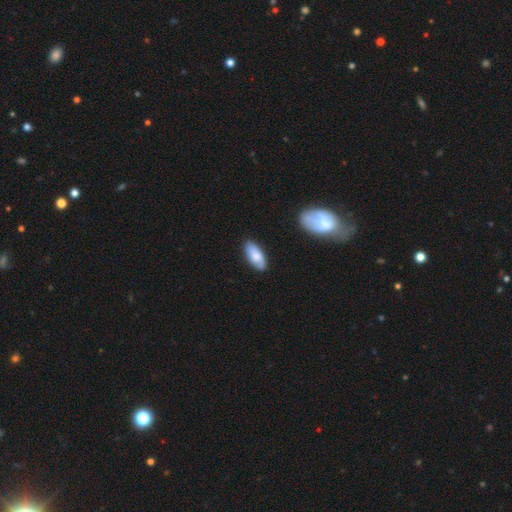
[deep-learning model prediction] smooth-or-featured: smooth: 77% | featured or disk: 17% | star or artifact: 6%
  how-rounded: in between: 86% | cigar-shaped: 12% | round: 2%
  merging: none: 83% | minor disturbance: 13% | major disturbance: 2% | merger: 2%